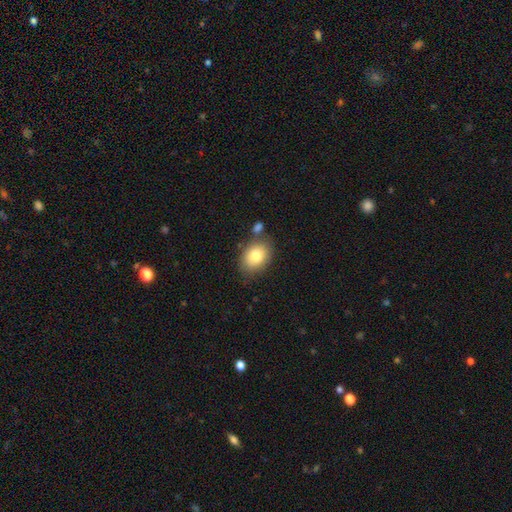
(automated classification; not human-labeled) Overall: smooth (80%). How rounded: in between (71%). Merging: none (70%).